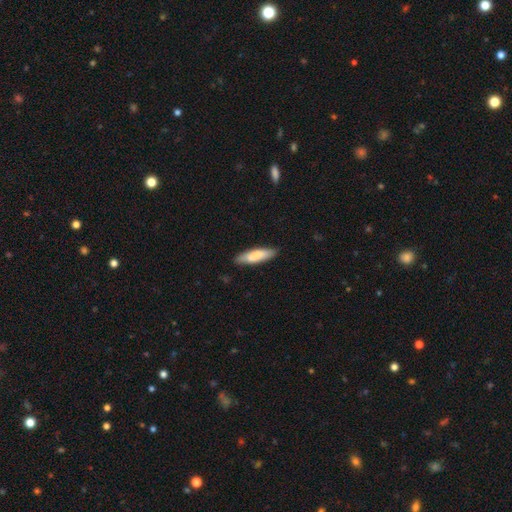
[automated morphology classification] Smooth or featured: smooth — 81% (featured or disk — 14%)
How rounded: cigar-shaped — 67% (in between — 32%)
Merging: none — 86% (minor disturbance — 11%)